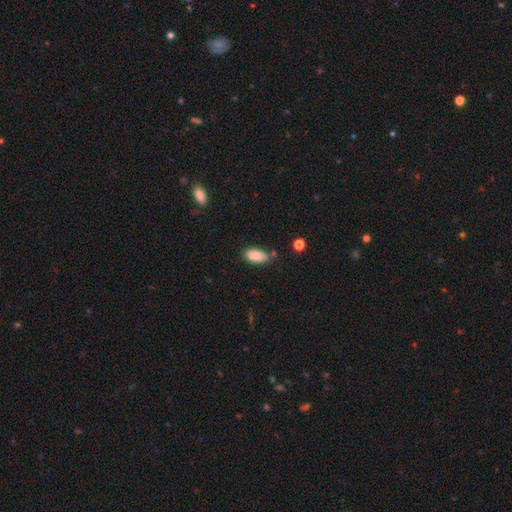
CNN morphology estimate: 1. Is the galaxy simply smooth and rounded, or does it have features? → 86% smooth, 7% star or artifact, 7% featured or disk.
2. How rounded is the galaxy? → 92% in between, 5% cigar-shaped, 3% round.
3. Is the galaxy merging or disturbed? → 73% none, 18% minor disturbance, 6% merger, 3% major disturbance.